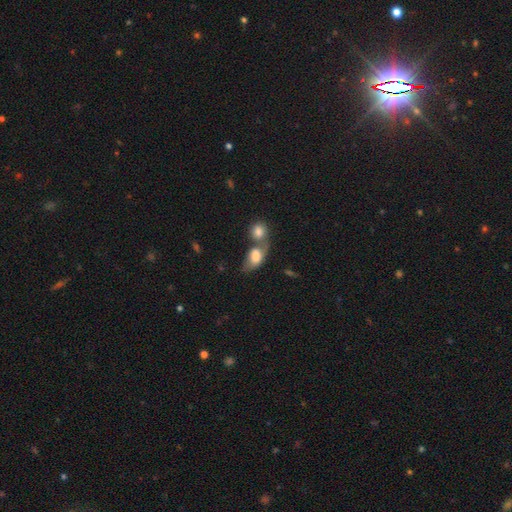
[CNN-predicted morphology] smooth 73%, featured or disk 19%, star or artifact 8%. Down the decision tree: how rounded — in between (84%); merging — merger (62%).